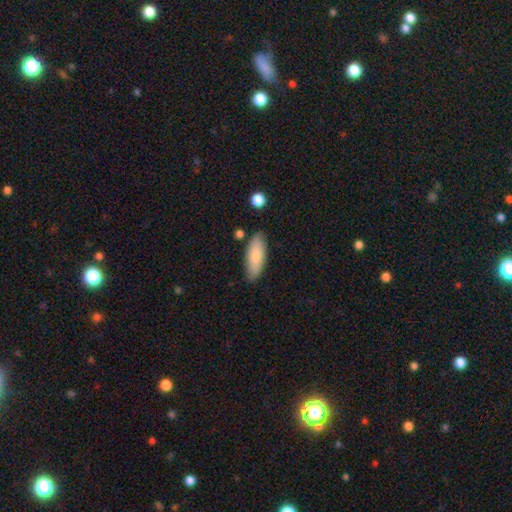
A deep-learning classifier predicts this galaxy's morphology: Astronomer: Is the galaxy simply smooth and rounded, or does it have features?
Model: smooth — 82%.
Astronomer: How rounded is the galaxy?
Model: in between — 69%.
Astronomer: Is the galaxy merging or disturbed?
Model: none — 82%.